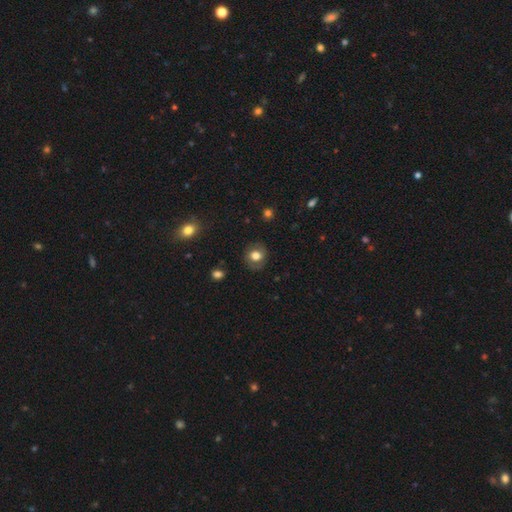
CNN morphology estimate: smooth_or_featured: smooth (p=0.70) [alt: featured or disk p=0.21]
how_rounded: round (p=0.77) [alt: in between p=0.22]
merging: none (p=0.83) [alt: minor disturbance p=0.11]